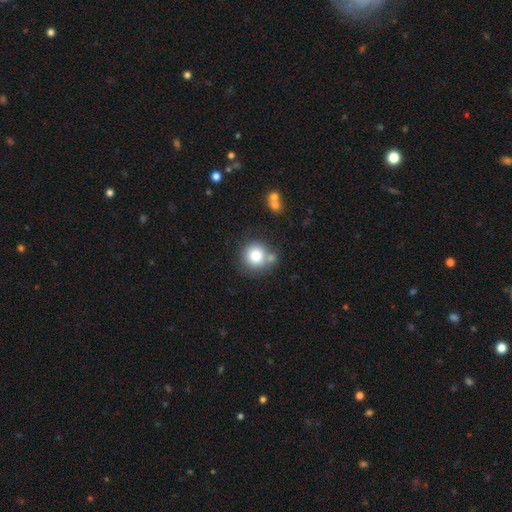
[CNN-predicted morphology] A smooth galaxy with no disk features (78%) that is round (92%).

Vote fractions:
- Smooth or featured? smooth: 78% / featured or disk: 11% / star or artifact: 10%
- How rounded? round: 92% / in between: 7% / cigar-shaped: 1%
- Merging? none: 67% / merger: 17% / minor disturbance: 12% / major disturbance: 4%